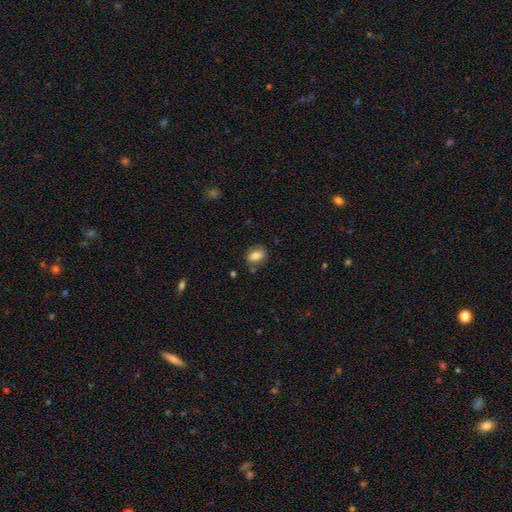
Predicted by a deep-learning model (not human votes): Morphology: type=smooth (80%); roundness=in between (77%); merging=none (76%).